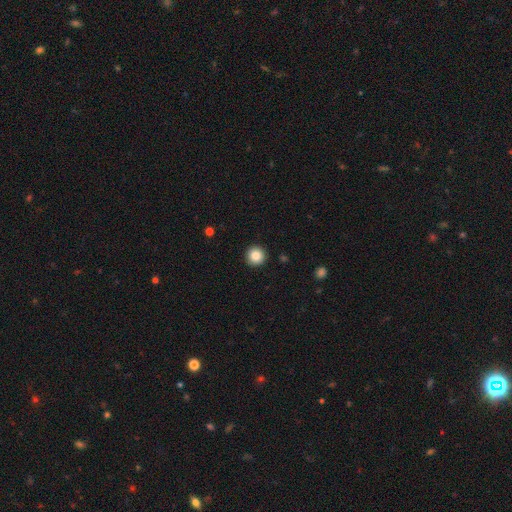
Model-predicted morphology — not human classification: A smooth galaxy with no disk features (86%) that is round (96%). Merging: none (93%).